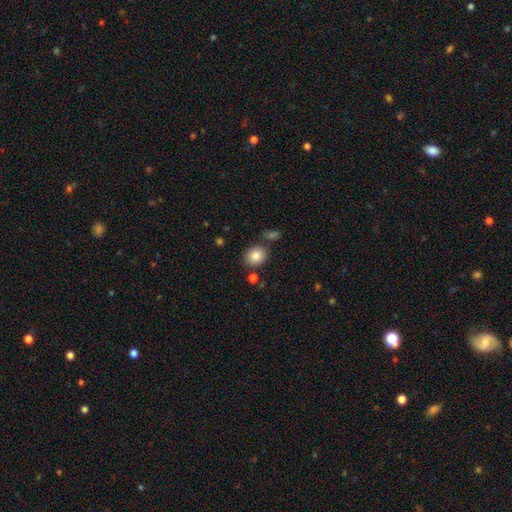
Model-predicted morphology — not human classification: type=smooth (84%); roundness=round (70%); merging=none (78%).